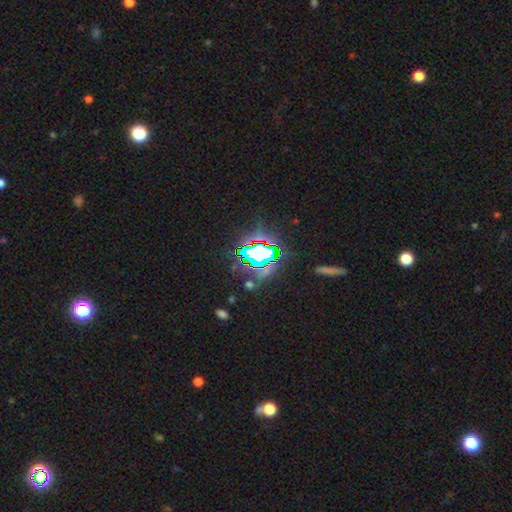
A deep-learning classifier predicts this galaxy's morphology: This appears to be a star or artifact, not a galaxy (75%).